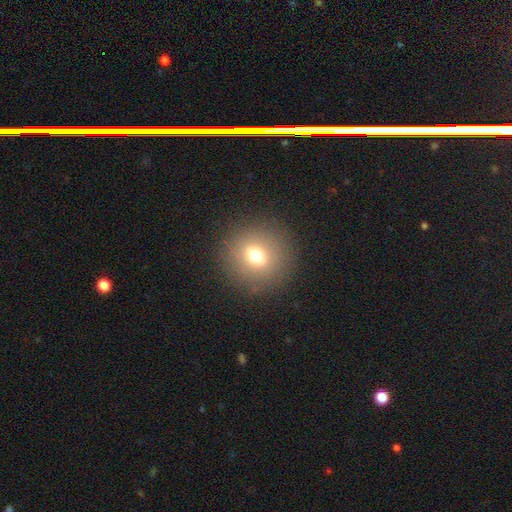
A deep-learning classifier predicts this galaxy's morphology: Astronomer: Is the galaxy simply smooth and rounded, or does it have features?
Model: smooth — 68%.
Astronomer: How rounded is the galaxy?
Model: round — 88%.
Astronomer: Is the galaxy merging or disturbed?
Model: none — 88%.